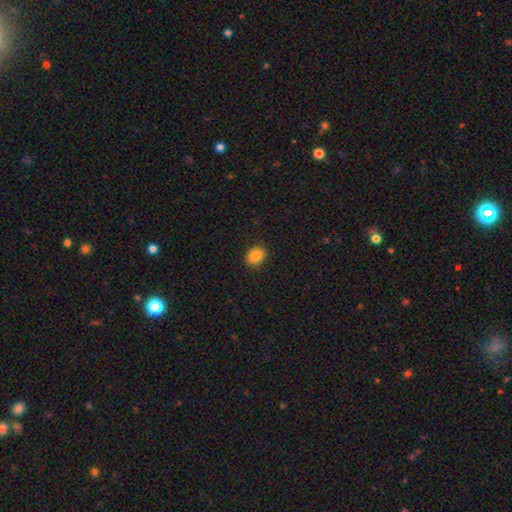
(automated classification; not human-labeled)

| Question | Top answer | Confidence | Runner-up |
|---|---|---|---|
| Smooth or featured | smooth | 86% | star or artifact (9%) |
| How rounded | in between | 58% | round (41%) |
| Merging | none | 87% | minor disturbance (10%) |